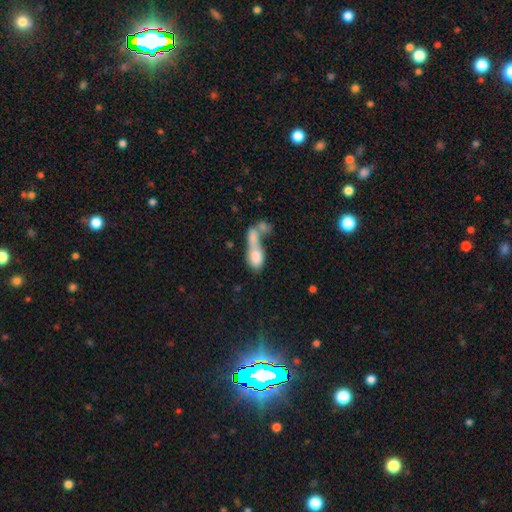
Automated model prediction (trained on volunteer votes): Smooth or featured? Predicted: smooth (p=0.72). How rounded? Predicted: in between (p=0.76). Merging? Predicted: merger (p=0.70).